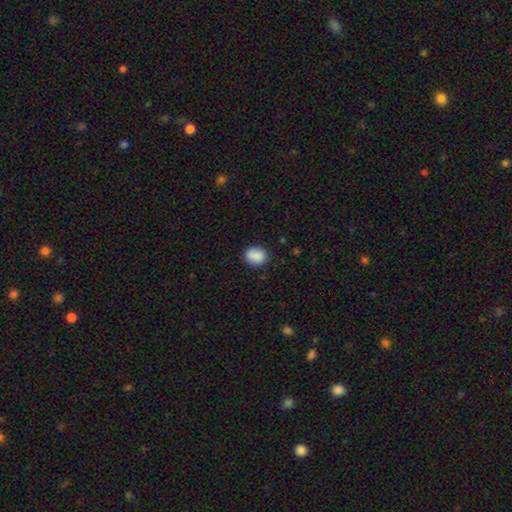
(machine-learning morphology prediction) Smooth or featured?
  - smooth: 88% *
  - star or artifact: 8%
  - featured or disk: 4%
How rounded?
  - in between: 50% *
  - round: 49%
  - cigar-shaped: 1%
Merging?
  - none: 82% *
  - minor disturbance: 13%
  - major disturbance: 3%
  - merger: 2%